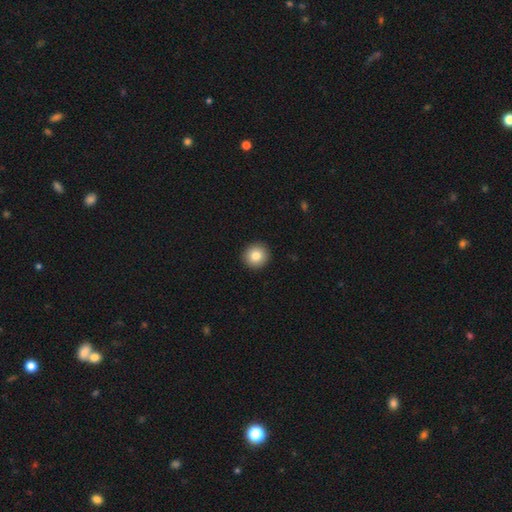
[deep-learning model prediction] This appears to be a smooth galaxy with no disk features (83%) that is round (93%). Merging: none (93%).